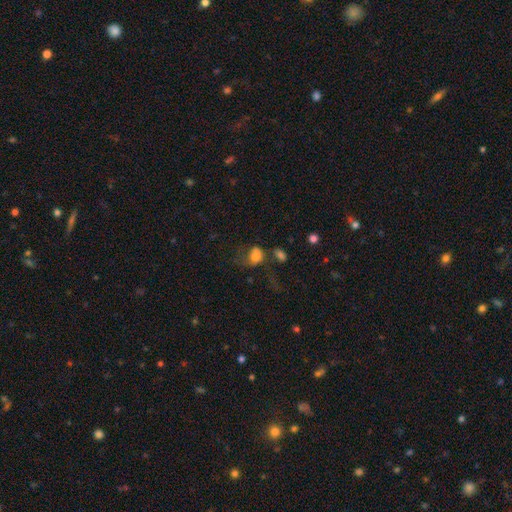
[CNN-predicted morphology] smooth_or_featured: smooth (p=0.67) [alt: featured or disk p=0.17]
how_rounded: in between (p=0.66) [alt: round p=0.32]
merging: major disturbance (p=0.37) [alt: none p=0.24]